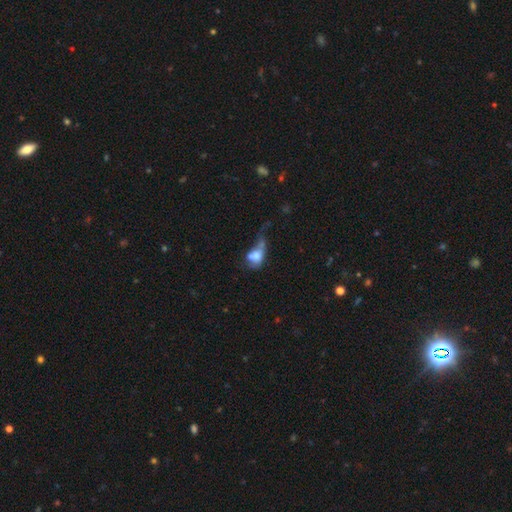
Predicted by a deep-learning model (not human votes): Q: Smooth or featured?
A: smooth (62%); runner-up: featured or disk (27%)
Q: How rounded?
A: in between (71%); runner-up: round (26%)
Q: Merging?
A: major disturbance (38%); runner-up: merger (32%)